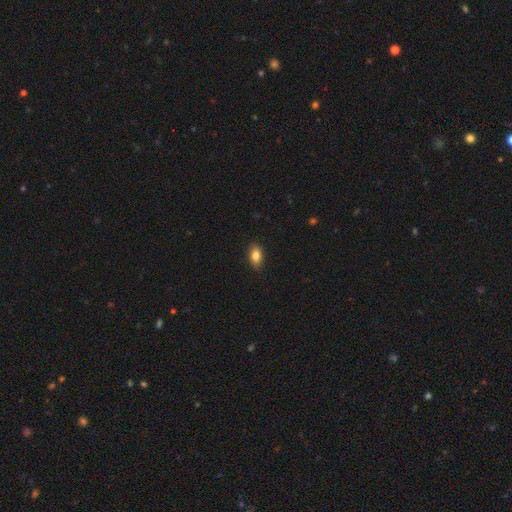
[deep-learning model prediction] smooth-or-featured: smooth: 84% | star or artifact: 8% | featured or disk: 8%
  how-rounded: in between: 89% | round: 8% | cigar-shaped: 4%
  merging: none: 87% | minor disturbance: 10% | major disturbance: 2% | merger: 1%